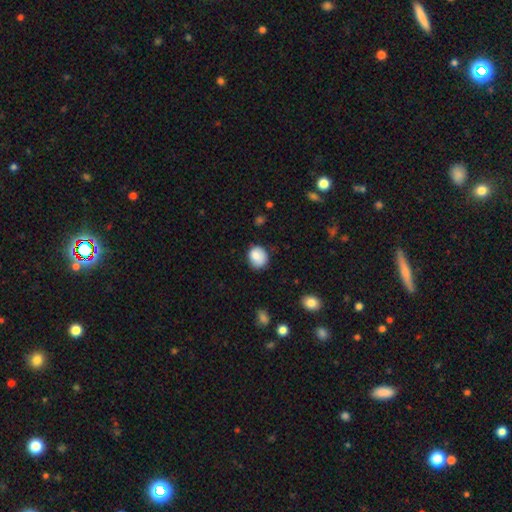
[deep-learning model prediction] This is clearly a smooth galaxy (82%). How rounded: likely round (70%). Merging: likely none (74%).